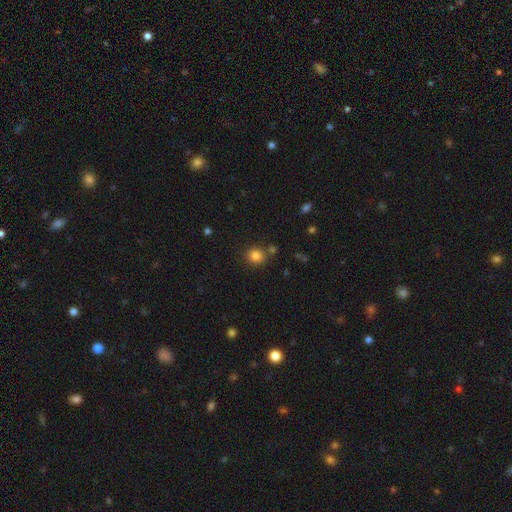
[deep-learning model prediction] smooth 82%, star or artifact 13%, featured or disk 5%. Down the decision tree: how rounded — round (86%); merging — none (80%).